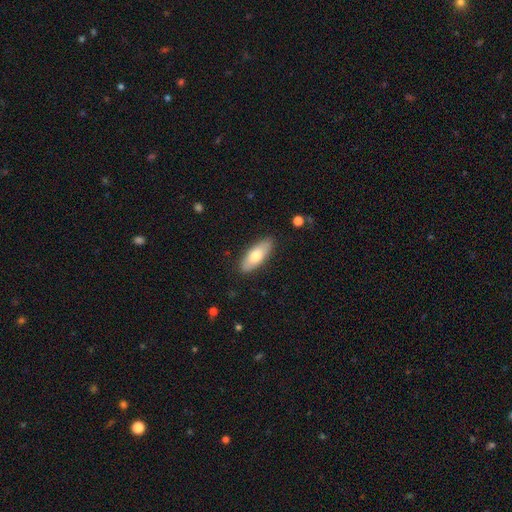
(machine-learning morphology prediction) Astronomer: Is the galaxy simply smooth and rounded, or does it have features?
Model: smooth — 73%.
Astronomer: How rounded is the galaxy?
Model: in between — 73%.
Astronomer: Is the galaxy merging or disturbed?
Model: none — 87%.